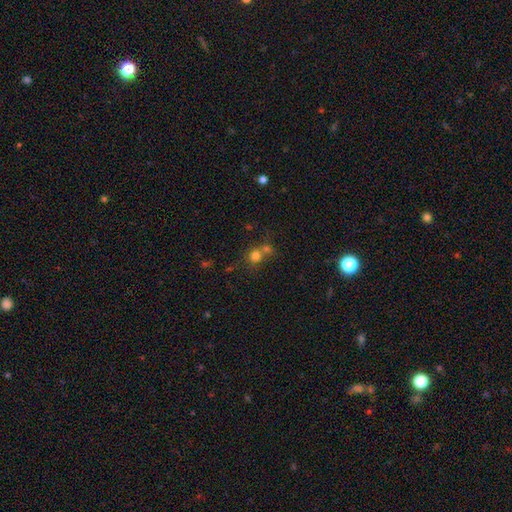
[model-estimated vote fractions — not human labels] The model was most divided on "merging": none: 46%, merger: 44%, minor disturbance: 7%, major disturbance: 4%. More confident: how rounded — round (85%); smooth or featured — smooth (75%).